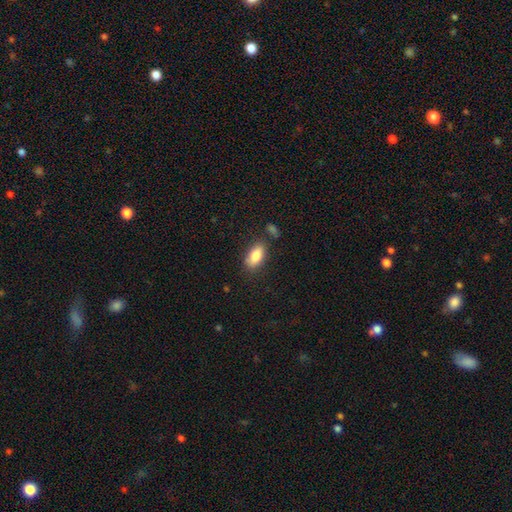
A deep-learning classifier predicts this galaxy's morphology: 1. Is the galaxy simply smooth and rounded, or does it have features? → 83% smooth, 10% featured or disk, 7% star or artifact.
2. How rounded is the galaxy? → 89% in between, 7% cigar-shaped, 4% round.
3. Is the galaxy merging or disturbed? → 78% none, 13% minor disturbance, 5% merger, 3% major disturbance.